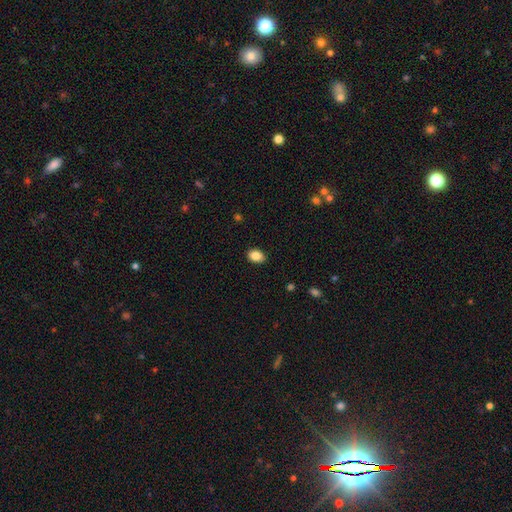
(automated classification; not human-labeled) Overall: smooth (87%). How rounded: in between (79%). Merging: none (88%).